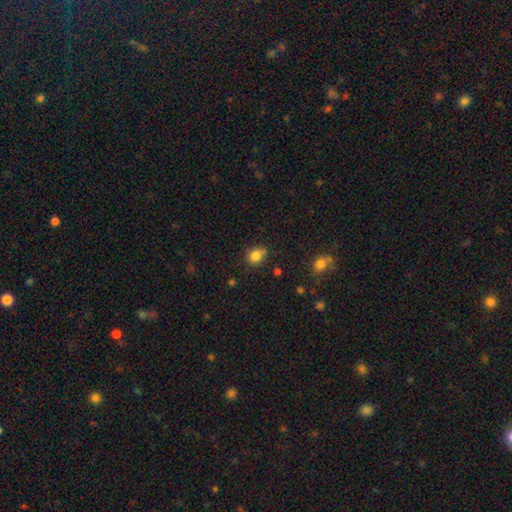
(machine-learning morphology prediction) type=smooth (83%); roundness=round (58%); merging=none (69%).